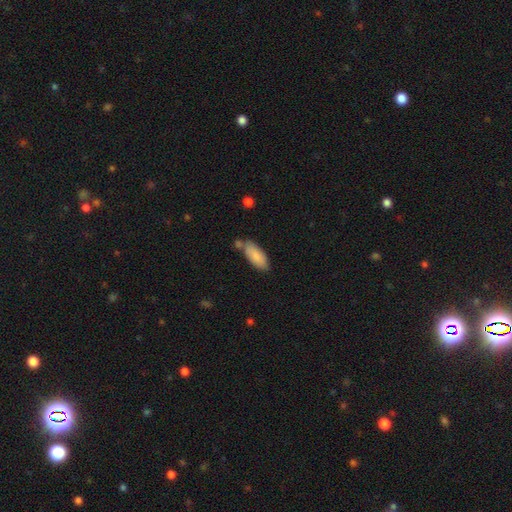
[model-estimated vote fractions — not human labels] A smooth galaxy with no disk features (84%) that is in between round and cigar-shaped (81%). Merging: none (64%).